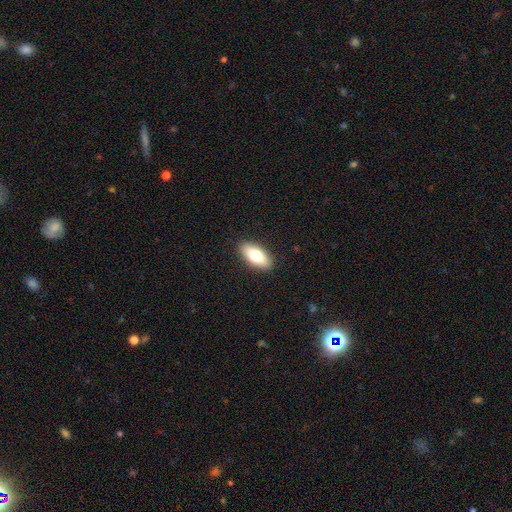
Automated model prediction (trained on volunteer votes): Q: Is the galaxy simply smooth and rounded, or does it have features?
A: smooth — 74%.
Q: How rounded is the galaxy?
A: in between — 85%.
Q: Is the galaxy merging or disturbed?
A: none — 90%.